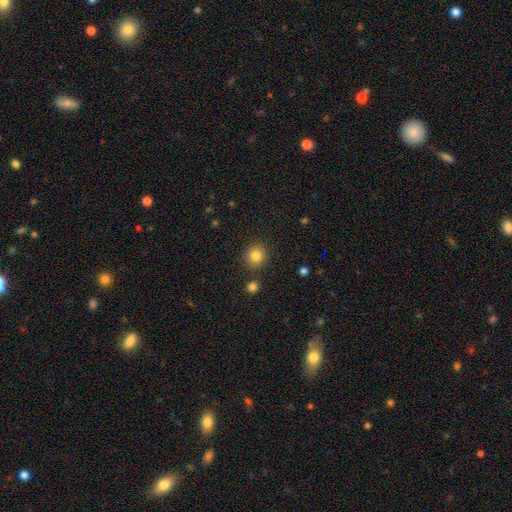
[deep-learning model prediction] smooth-or-featured: smooth: 84% | star or artifact: 11% | featured or disk: 5%
  how-rounded: round: 84% | in between: 15% | cigar-shaped: 1%
  merging: none: 86% | minor disturbance: 8% | merger: 4% | major disturbance: 2%